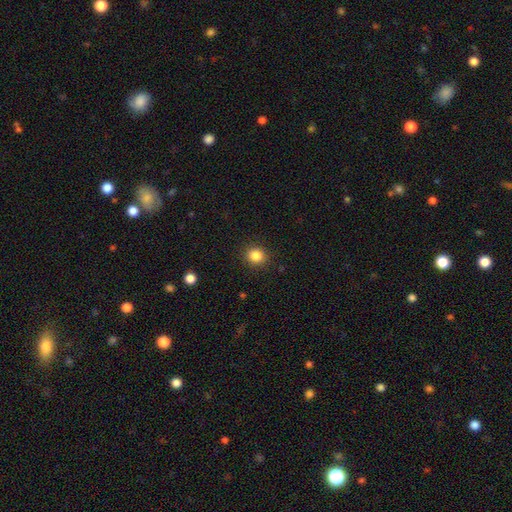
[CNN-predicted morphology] Smooth or featured: smooth — 84% (star or artifact — 11%)
How rounded: round — 85% (in between — 14%)
Merging: none — 90% (minor disturbance — 7%)